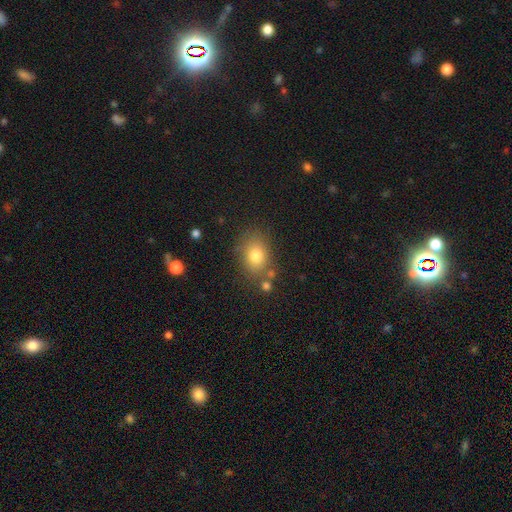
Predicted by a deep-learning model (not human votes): Overall: smooth (79%). How rounded: in between (66%; round 33%). Merging: none (74%).